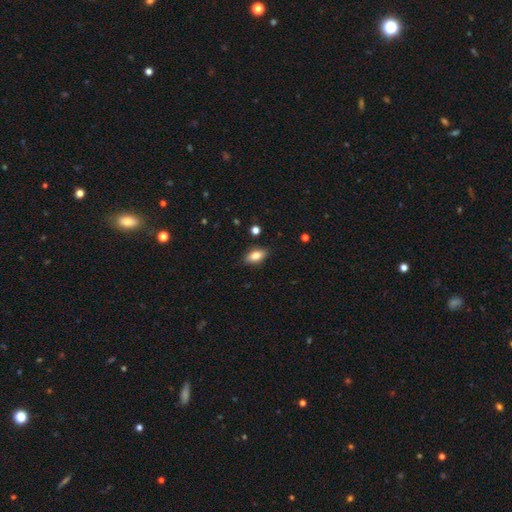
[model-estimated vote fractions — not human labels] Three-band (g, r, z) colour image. It shows a smooth galaxy with no disk features (80%) that is in between round and cigar-shaped (89%). Merging: none (86%).